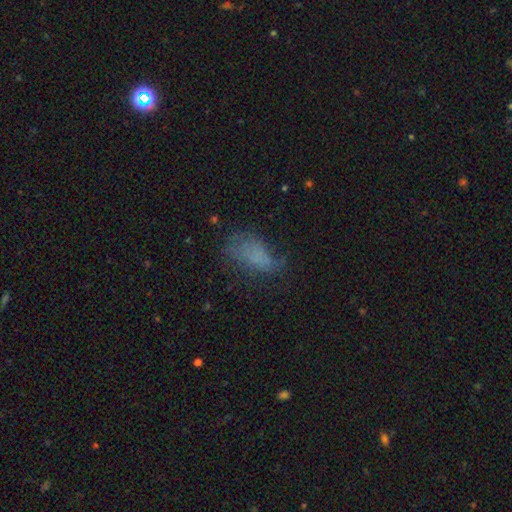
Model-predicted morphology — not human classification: A smooth galaxy with no disk features (57%) that is in between round and cigar-shaped (88%).

Vote fractions:
- Smooth or featured? smooth: 57% / featured or disk: 26% / star or artifact: 17%
- How rounded? in between: 88% / round: 6% / cigar-shaped: 6%
- Merging? none: 41% / major disturbance: 29% / minor disturbance: 27% / merger: 3%